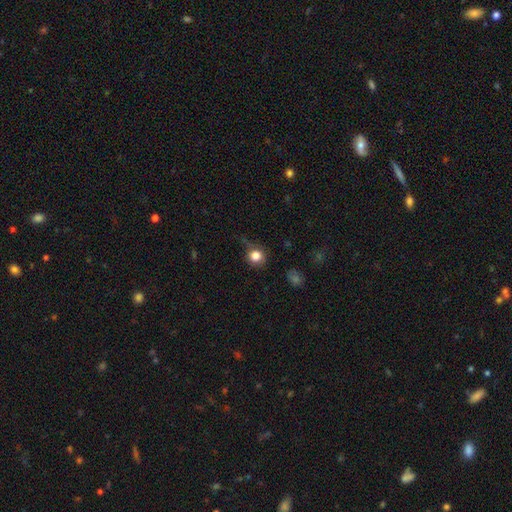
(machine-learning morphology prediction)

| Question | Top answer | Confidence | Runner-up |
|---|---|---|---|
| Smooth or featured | smooth | 80% | star or artifact (12%) |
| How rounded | round | 89% | in between (10%) |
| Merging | none | 67% | minor disturbance (22%) |